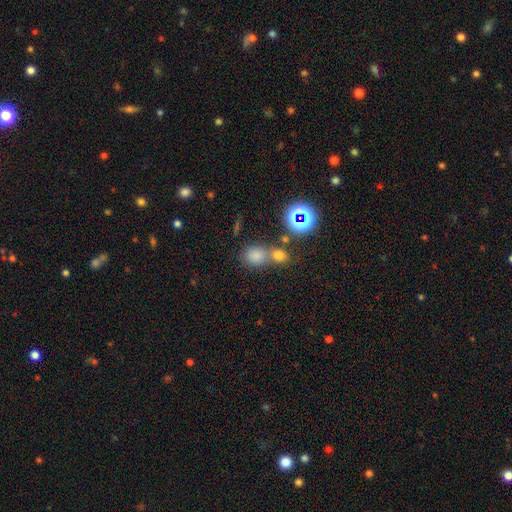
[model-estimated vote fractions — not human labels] Overall: smooth (71%). How rounded: round (63%; in between 35%). Merging: none (44%; merger 42%).